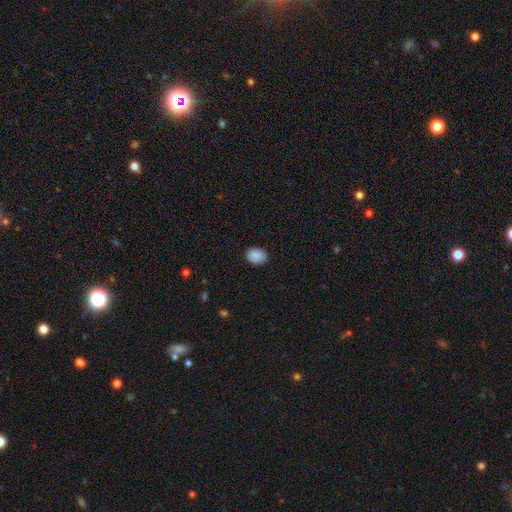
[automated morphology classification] smooth_or_featured: smooth (p=0.89) [alt: star or artifact p=0.08]
how_rounded: in between (p=0.51) [alt: round p=0.48]
merging: none (p=0.84) [alt: minor disturbance p=0.12]